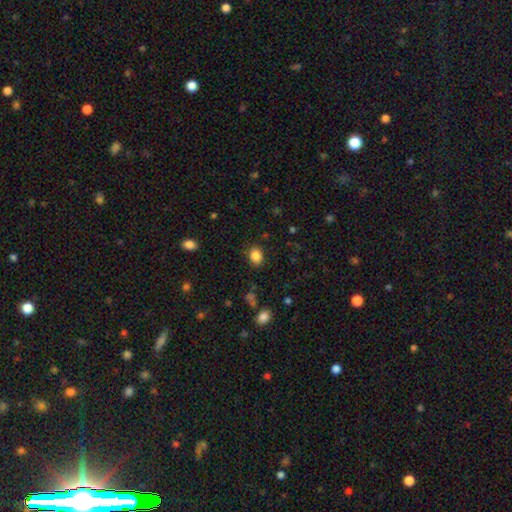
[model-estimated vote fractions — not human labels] This is clearly a smooth galaxy (86%). How rounded: likely in between (62%). Merging: clearly none (86%).